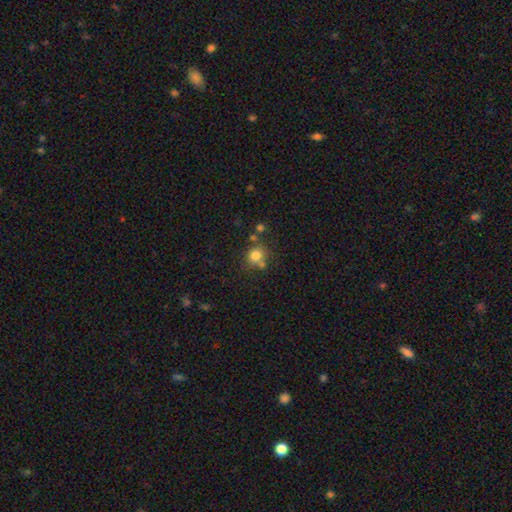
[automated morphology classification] type=smooth (78%); roundness=round (83%); merging=none (62%).